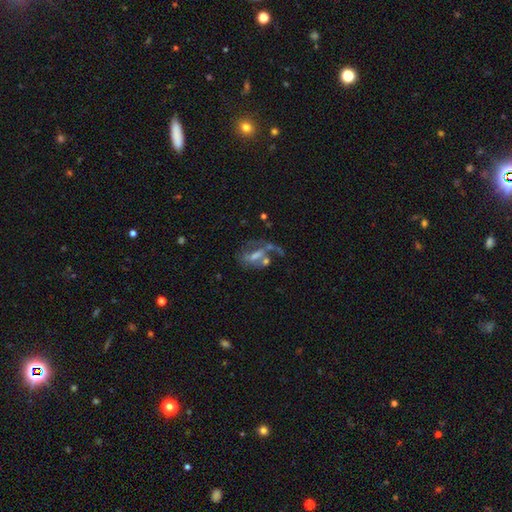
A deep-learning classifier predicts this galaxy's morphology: This is likely a featured or disk galaxy (61%). It is clearly not viewed edge-on (90%). Bar: marginally no (45%). Spiral arm pattern: possibly yes (51%). Central bulge: marginally moderate (36%). Merging: marginally major disturbance (31%).